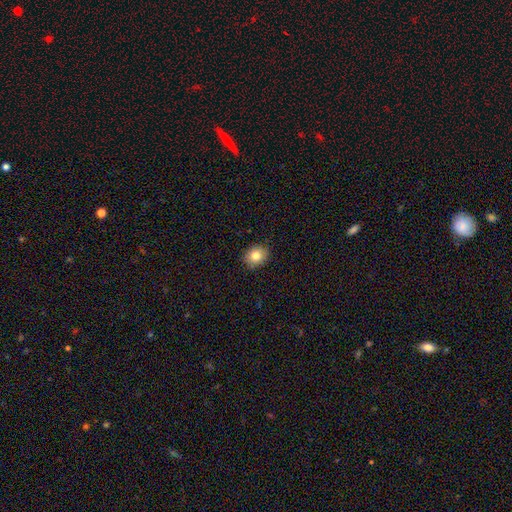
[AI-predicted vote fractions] Smooth or featured: smooth — 83% (star or artifact — 9%)
How rounded: round — 60% (in between — 39%)
Merging: none — 89% (minor disturbance — 8%)